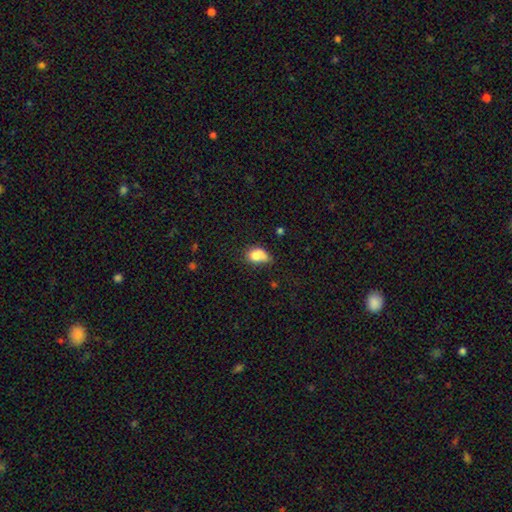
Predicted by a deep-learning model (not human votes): This is likely a smooth galaxy (78%). How rounded: likely in between (74%). Merging: marginally minor disturbance (37%).